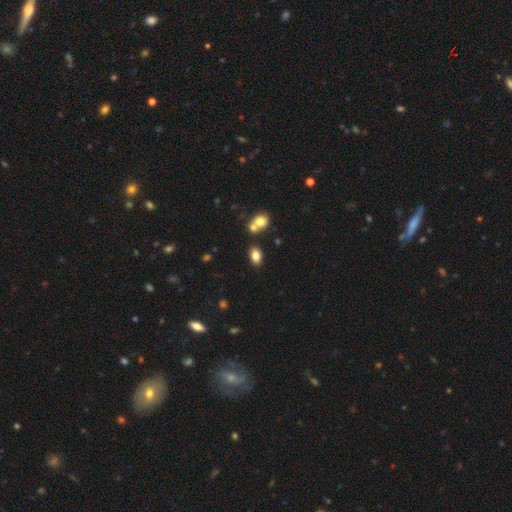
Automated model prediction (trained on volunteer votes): This appears to be a smooth galaxy with no disk features (82%) that is in between round and cigar-shaped (83%). Merging: none (72%).